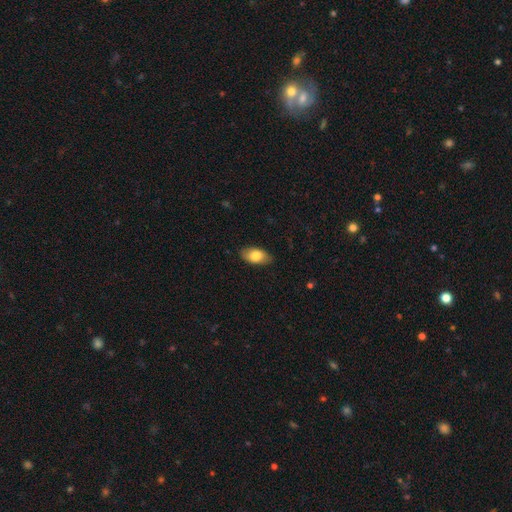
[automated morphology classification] smooth_or_featured: smooth (p=0.79) [alt: featured or disk p=0.14]
how_rounded: in between (p=0.93) [alt: round p=0.04]
merging: none (p=0.84) [alt: minor disturbance p=0.12]